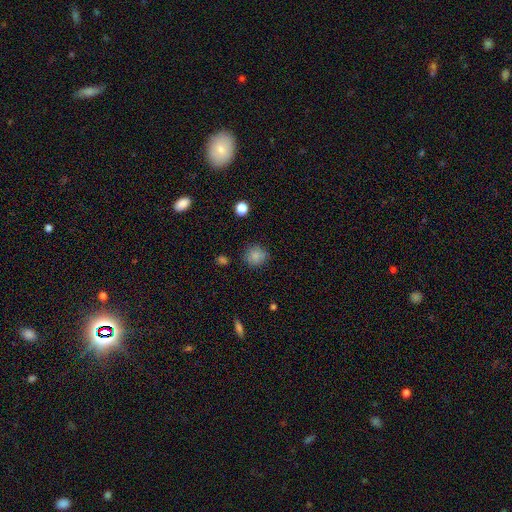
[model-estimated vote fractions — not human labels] A smooth galaxy with no disk features (83%) that is round (87%). Merging: none (83%).